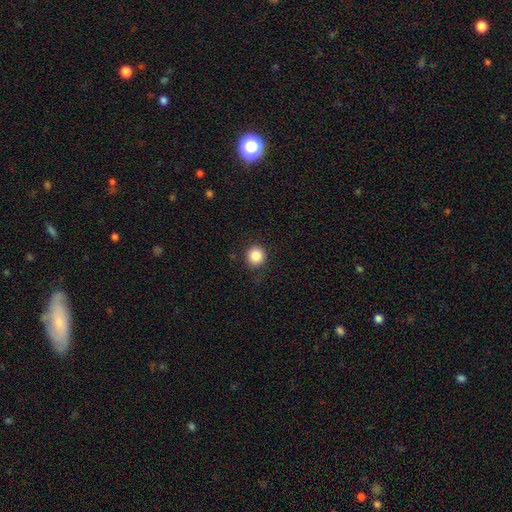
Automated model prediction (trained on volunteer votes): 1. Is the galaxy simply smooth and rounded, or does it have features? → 85% smooth, 10% star or artifact, 5% featured or disk.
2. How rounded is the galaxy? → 93% round, 6% in between, 1% cigar-shaped.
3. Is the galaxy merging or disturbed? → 88% none, 8% minor disturbance, 3% major disturbance, 1% merger.